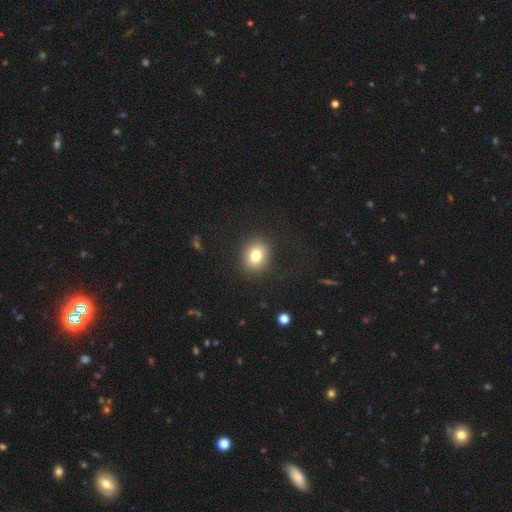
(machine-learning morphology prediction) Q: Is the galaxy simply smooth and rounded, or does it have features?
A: smooth — 77%.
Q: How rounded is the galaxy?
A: round — 67%.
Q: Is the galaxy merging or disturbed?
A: none — 87%.